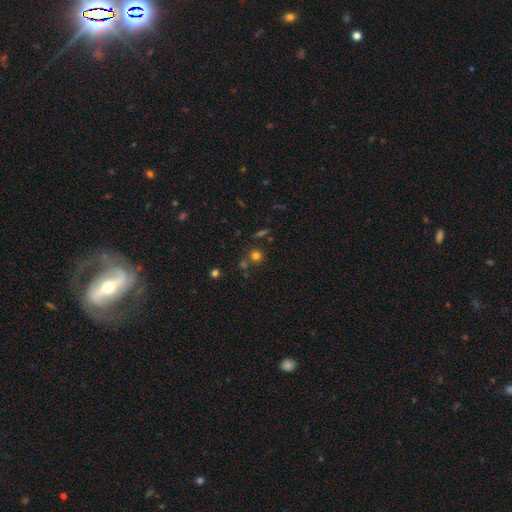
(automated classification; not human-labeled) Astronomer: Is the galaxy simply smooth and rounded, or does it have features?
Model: smooth — 71%.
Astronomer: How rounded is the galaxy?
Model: round — 92%.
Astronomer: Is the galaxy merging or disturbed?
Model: none — 72%.